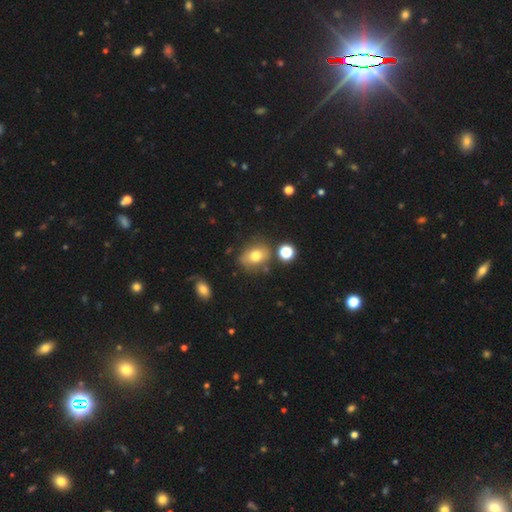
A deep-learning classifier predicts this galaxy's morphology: Overall: smooth (73%). How rounded: in between (60%; round 38%). Merging: none (69%).